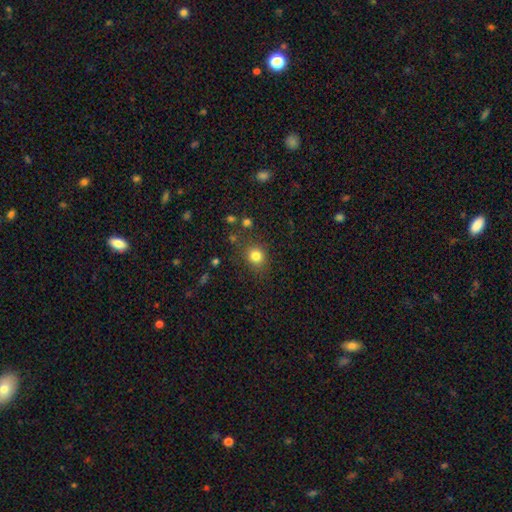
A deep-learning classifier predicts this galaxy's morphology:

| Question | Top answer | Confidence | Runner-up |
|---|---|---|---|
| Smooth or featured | smooth | 81% | star or artifact (13%) |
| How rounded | round | 78% | in between (21%) |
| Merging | none | 82% | minor disturbance (11%) |